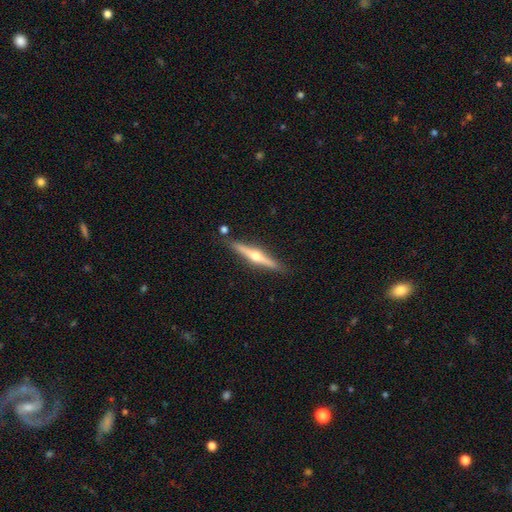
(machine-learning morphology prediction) Smooth or featured? Predicted: featured or disk (p=0.74). Edge-on disk? Predicted: yes (p=0.98). Edge-on bulge? Predicted: rounded (p=0.94). Merging? Predicted: none (p=0.87).